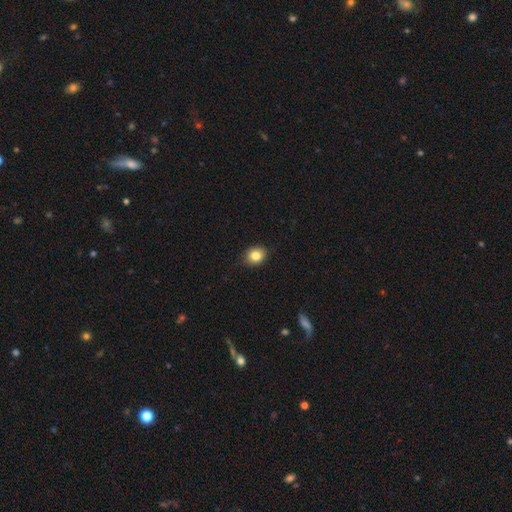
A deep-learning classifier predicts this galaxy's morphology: smooth-or-featured: smooth: 83% | star or artifact: 10% | featured or disk: 7%
  how-rounded: round: 59% | in between: 40% | cigar-shaped: 1%
  merging: none: 86% | minor disturbance: 11% | major disturbance: 2% | merger: 1%